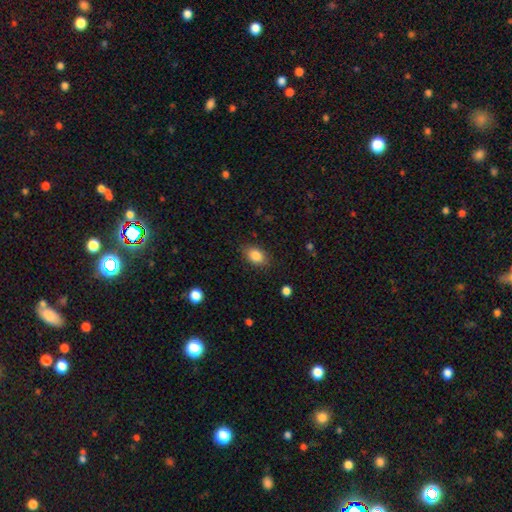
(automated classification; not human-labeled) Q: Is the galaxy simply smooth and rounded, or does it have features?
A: smooth — 85%.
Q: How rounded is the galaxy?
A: in between — 83%.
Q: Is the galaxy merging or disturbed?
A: none — 84%.